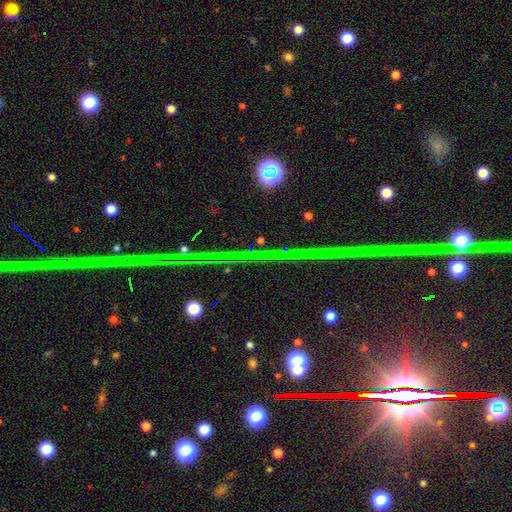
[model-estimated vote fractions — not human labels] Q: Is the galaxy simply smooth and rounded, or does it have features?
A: star or artifact — 80%.